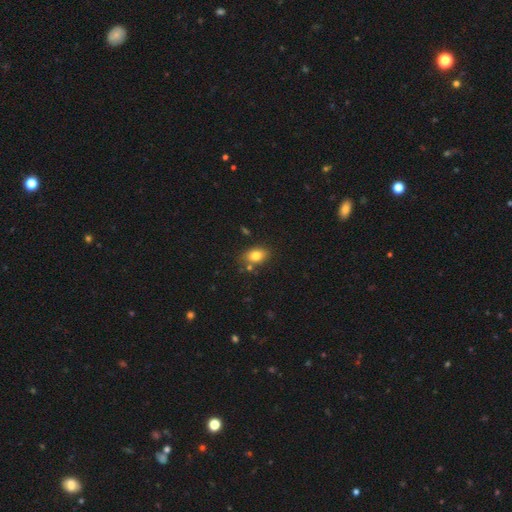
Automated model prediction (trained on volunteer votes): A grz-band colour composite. It shows a smooth galaxy with no disk features (80%) that is in between round and cigar-shaped (78%). Merging: none (76%).